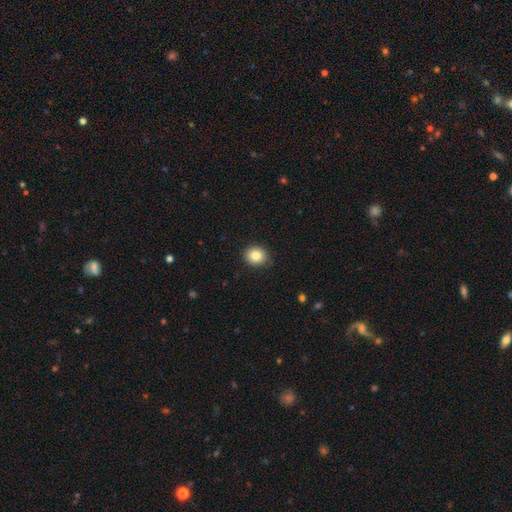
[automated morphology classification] The model was most divided on "how rounded": round: 73%, in between: 26%, cigar-shaped: 1%. More confident: merging — none (86%); smooth or featured — smooth (82%).